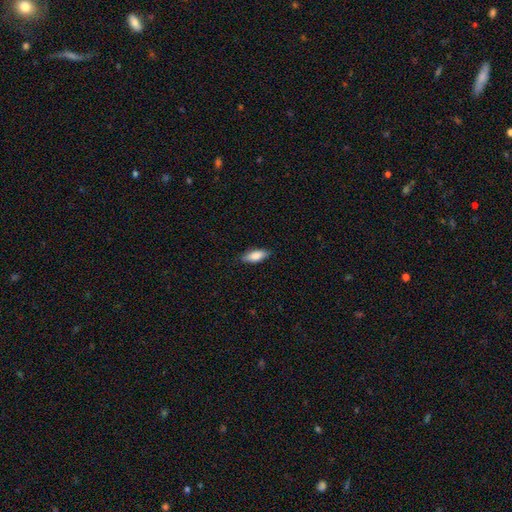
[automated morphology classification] A smooth galaxy with no disk features (83%) that is in between round and cigar-shaped (74%). Merging: none (86%).